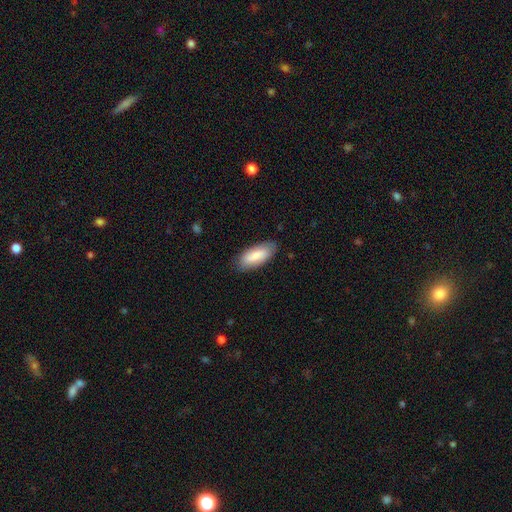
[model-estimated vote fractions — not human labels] Morphology: type=smooth (84%); roundness=in between (81%); merging=none (82%).